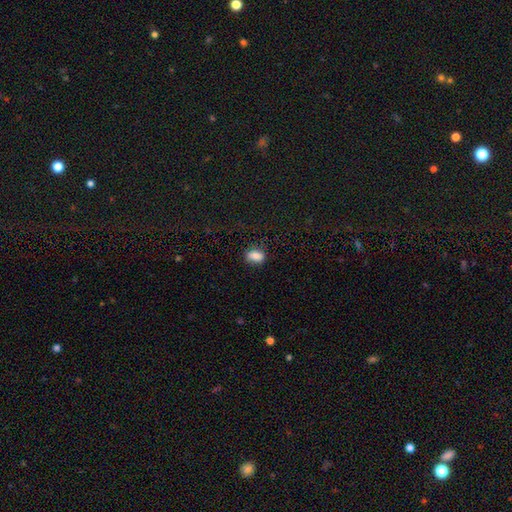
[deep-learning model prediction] Smooth or featured?
  - smooth: 85% *
  - star or artifact: 9%
  - featured or disk: 6%
How rounded?
  - in between: 80% *
  - round: 17%
  - cigar-shaped: 3%
Merging?
  - none: 82% *
  - minor disturbance: 14%
  - major disturbance: 3%
  - merger: 1%